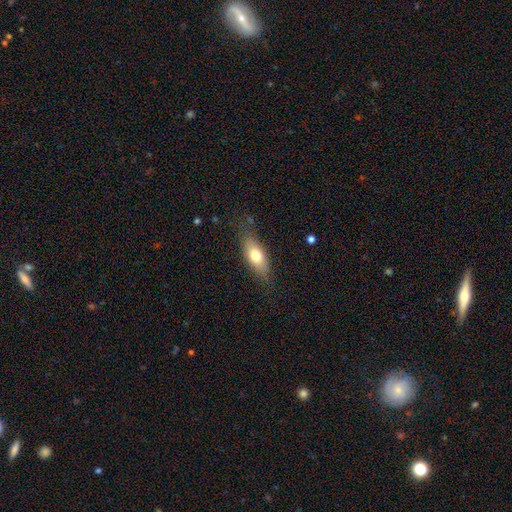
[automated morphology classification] A smooth galaxy with no disk features (70%) that is in between round and cigar-shaped (76%). Merging: none (78%).